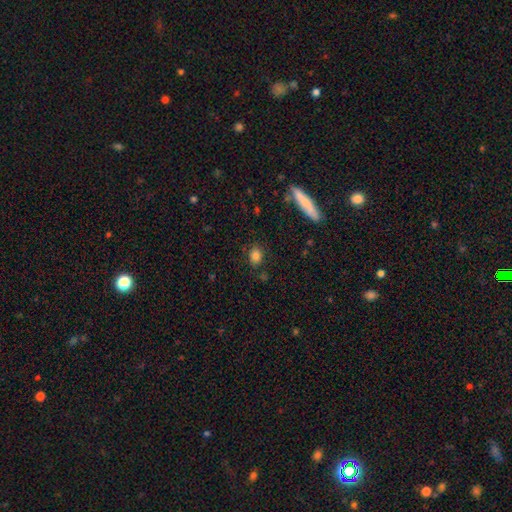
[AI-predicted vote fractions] Overall: smooth (80%). How rounded: in between (53%; round 45%). Merging: none (82%).